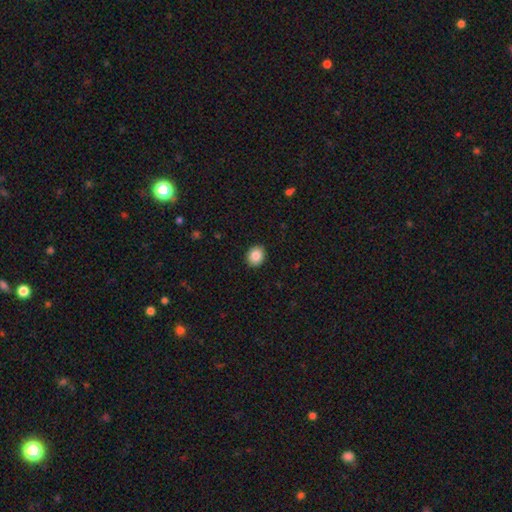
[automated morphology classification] A smooth galaxy with no disk features (85%) that is round (61%).

Vote fractions:
- Smooth or featured? smooth: 85% / star or artifact: 8% / featured or disk: 6%
- How rounded? round: 61% / in between: 38% / cigar-shaped: 1%
- Merging? none: 91% / minor disturbance: 6% / major disturbance: 2% / merger: 1%